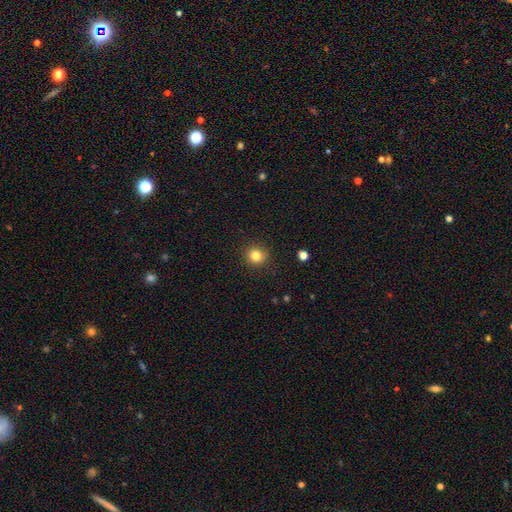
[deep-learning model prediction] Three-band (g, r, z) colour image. It shows a smooth galaxy with no disk features (82%) that is round (89%). Merging: none (89%).